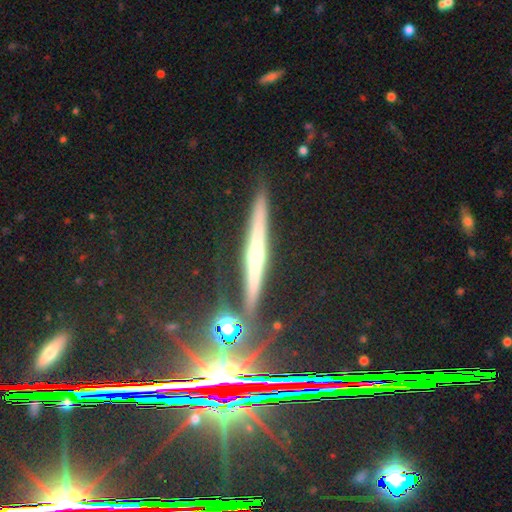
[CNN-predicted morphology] smooth-or-featured: featured or disk: 60% | smooth: 26% | star or artifact: 14%
  disk-edge-on: yes: 94% | no: 6%
    edge-on-bulge: rounded: 80% | none: 12% | boxy: 7%
  merging: none: 85% | minor disturbance: 8% | merger: 3% | major disturbance: 3%